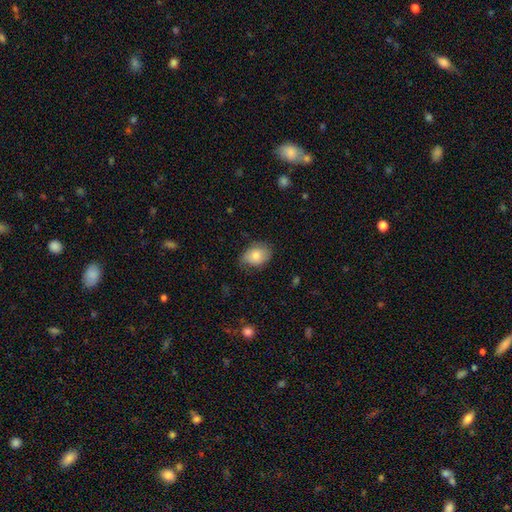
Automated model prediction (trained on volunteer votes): smooth_or_featured: smooth (p=0.81) [alt: featured or disk p=0.12]
how_rounded: in between (p=0.71) [alt: round p=0.28]
merging: none (p=0.66) [alt: minor disturbance p=0.27]